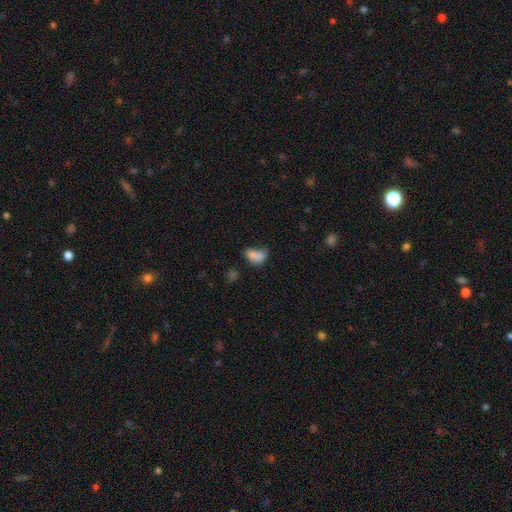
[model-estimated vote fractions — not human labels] smooth 79%, star or artifact 12%, featured or disk 9%. Down the decision tree: how rounded — in between (86%); merging — none (35%).